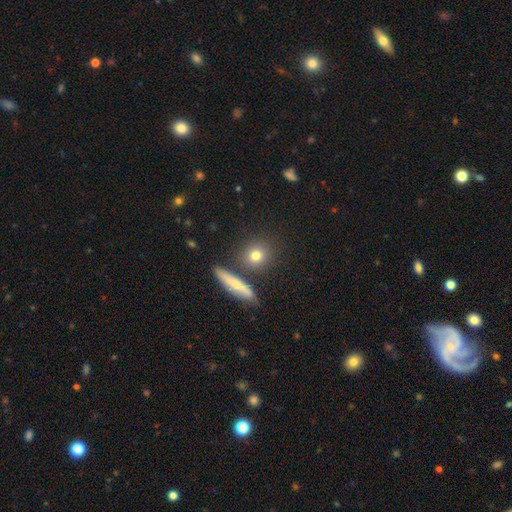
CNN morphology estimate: Smooth or featured? smooth (75%)
How rounded? round (79%)
Merging? none (79%)